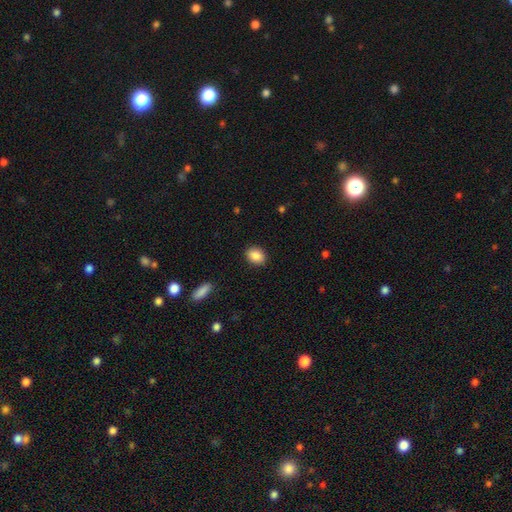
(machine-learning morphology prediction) A smooth galaxy with no disk features (87%) that is in between round and cigar-shaped (64%).

Vote fractions:
- Smooth or featured? smooth: 87% / star or artifact: 8% / featured or disk: 5%
- How rounded? in between: 64% / round: 35% / cigar-shaped: 1%
- Merging? none: 89% / minor disturbance: 8% / major disturbance: 2% / merger: 1%